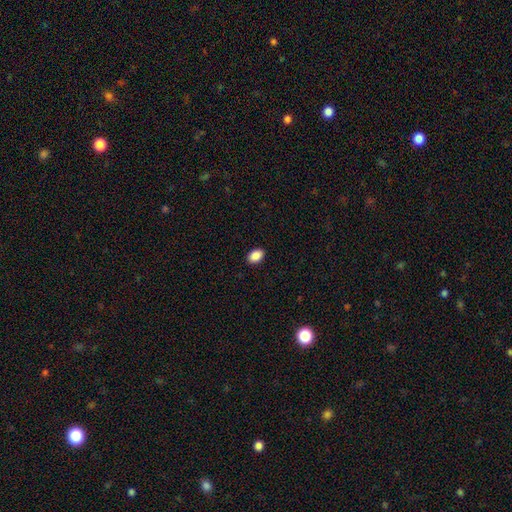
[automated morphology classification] Smooth or featured? smooth (90%)
How rounded? in between (83%)
Merging? none (90%)